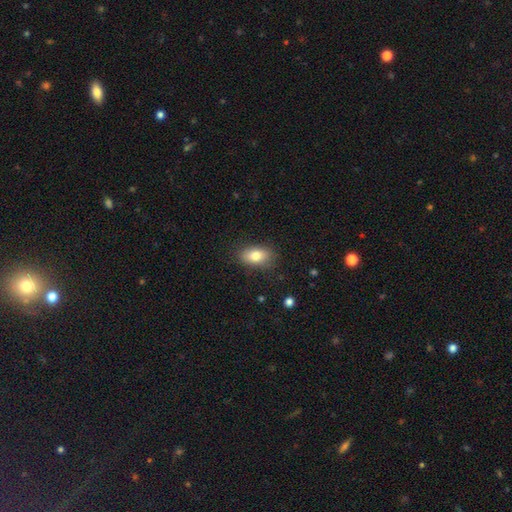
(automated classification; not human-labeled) Smooth or featured? Predicted: smooth (p=0.81). How rounded? Predicted: in between (p=0.87). Merging? Predicted: none (p=0.83).